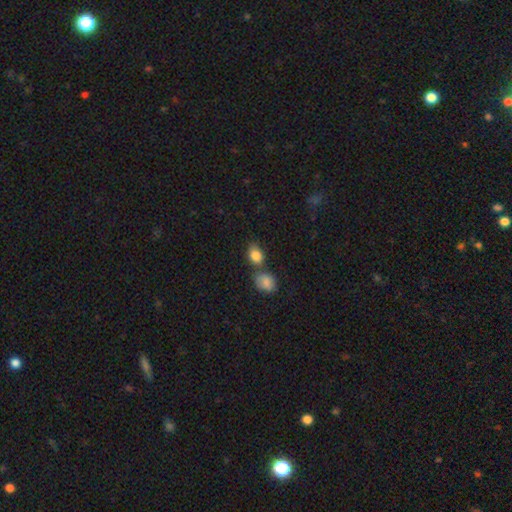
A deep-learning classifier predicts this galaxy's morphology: This is clearly a smooth galaxy (84%). How rounded: likely in between (67%). Merging: possibly none (52%).